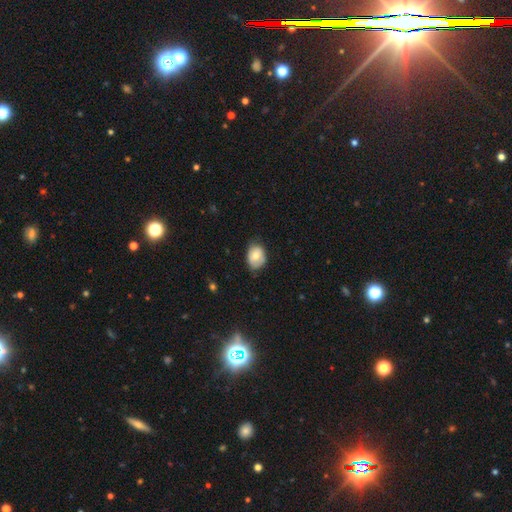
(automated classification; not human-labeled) Smooth or featured?
  - smooth: 72% *
  - featured or disk: 21%
  - star or artifact: 7%
How rounded?
  - in between: 70% *
  - round: 29%
  - cigar-shaped: 1%
Merging?
  - none: 64% *
  - minor disturbance: 30%
  - major disturbance: 5%
  - merger: 1%